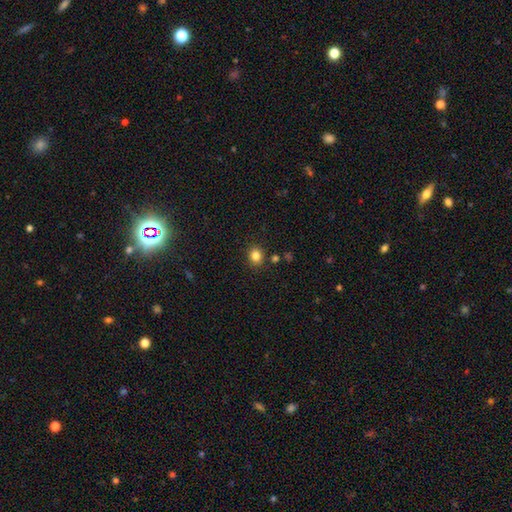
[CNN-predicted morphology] smooth-or-featured: smooth: 83% | star or artifact: 12% | featured or disk: 5%
  how-rounded: round: 76% | in between: 23% | cigar-shaped: 1%
  merging: none: 87% | minor disturbance: 8% | merger: 3% | major disturbance: 2%